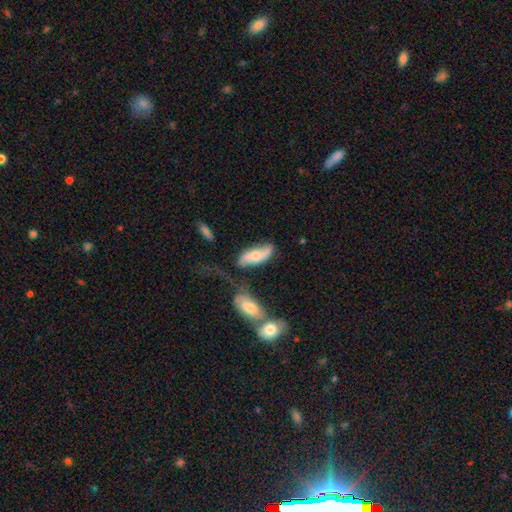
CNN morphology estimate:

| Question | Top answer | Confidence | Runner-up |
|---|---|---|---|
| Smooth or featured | featured or disk | 49% | smooth (44%) |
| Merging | none | 40% | minor disturbance (24%) |